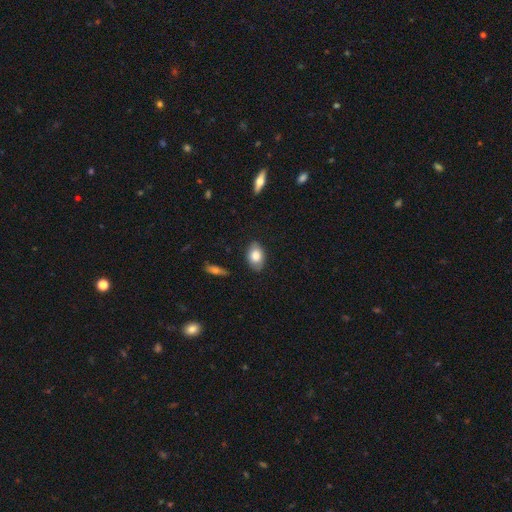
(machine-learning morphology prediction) Smooth or featured: smooth — 78% (featured or disk — 15%)
How rounded: in between — 86% (round — 12%)
Merging: none — 83% (minor disturbance — 13%)